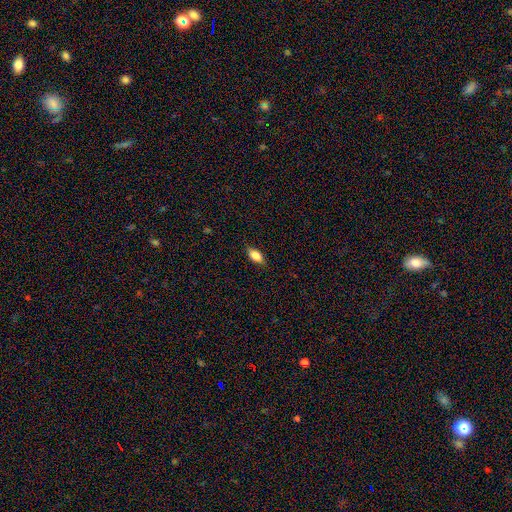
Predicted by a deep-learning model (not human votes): Smooth or featured?
  - smooth: 83% *
  - featured or disk: 9%
  - star or artifact: 8%
How rounded?
  - in between: 87% *
  - cigar-shaped: 9%
  - round: 4%
Merging?
  - none: 85% *
  - minor disturbance: 11%
  - major disturbance: 2%
  - merger: 1%